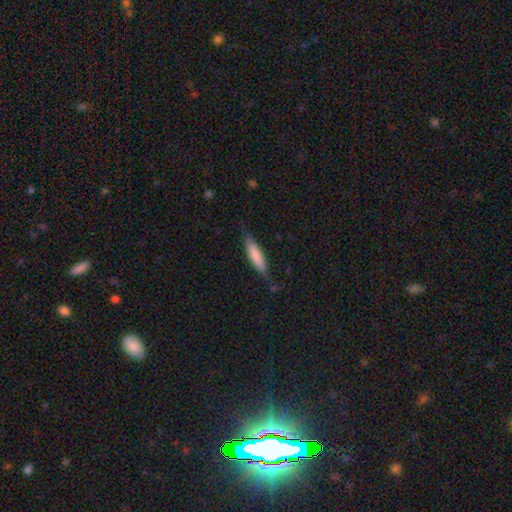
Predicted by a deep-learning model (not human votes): Overall: smooth (76%). How rounded: cigar-shaped (69%; in between 30%). Merging: none (71%).